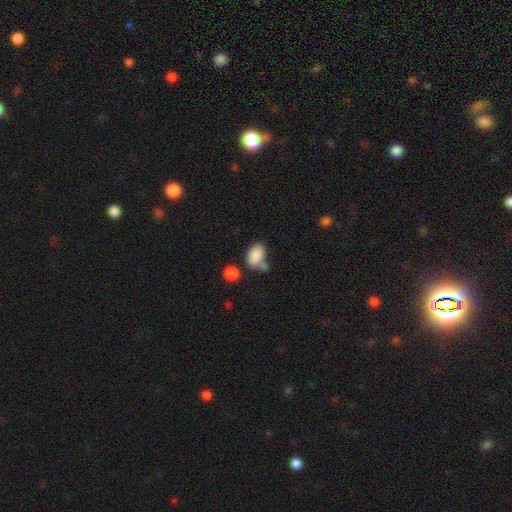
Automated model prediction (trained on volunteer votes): Smooth or featured? Predicted: smooth (p=0.87). How rounded? Predicted: in between (p=0.88). Merging? Predicted: none (p=0.50).